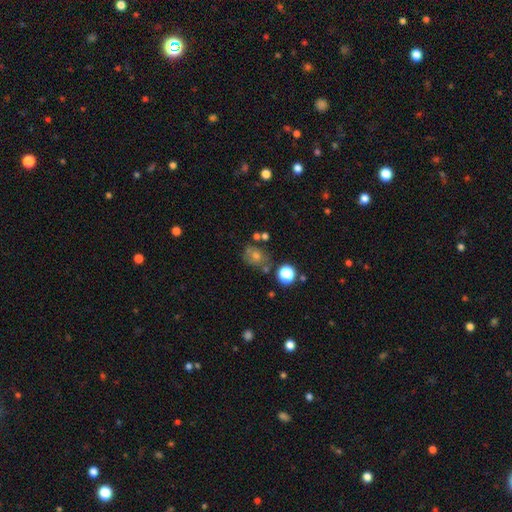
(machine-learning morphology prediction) This is possibly a smooth galaxy (52%). How rounded: likely round (61%). Merging: likely none (68%).